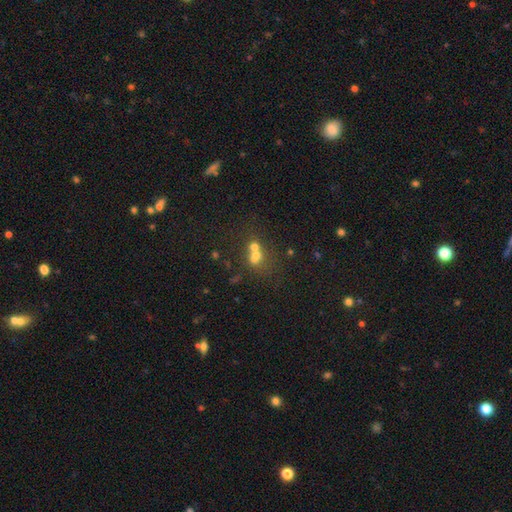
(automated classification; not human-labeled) Smooth or featured? smooth (57%)
How rounded? round (71%)
Merging? merger (62%)